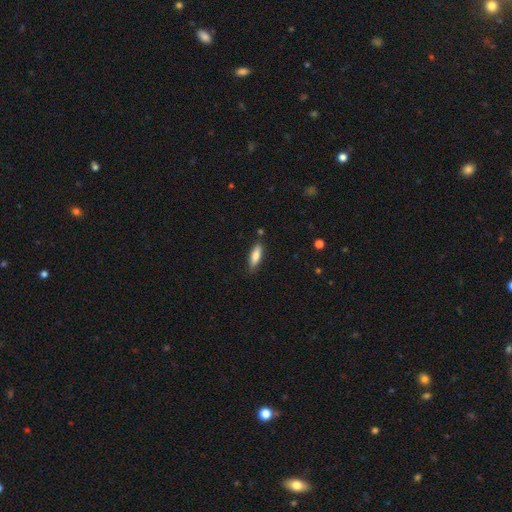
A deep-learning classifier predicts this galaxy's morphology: This appears to be a smooth galaxy with no disk features (81%) that is in between round and cigar-shaped (52%). Merging: none (80%).